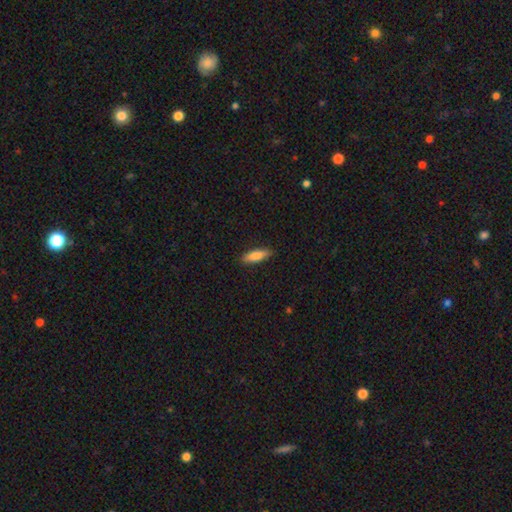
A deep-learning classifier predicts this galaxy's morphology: Smooth or featured?
  - smooth: 80% *
  - featured or disk: 14%
  - star or artifact: 6%
How rounded?
  - cigar-shaped: 58% *
  - in between: 40%
  - round: 2%
Merging?
  - none: 86% *
  - minor disturbance: 11%
  - major disturbance: 2%
  - merger: 1%